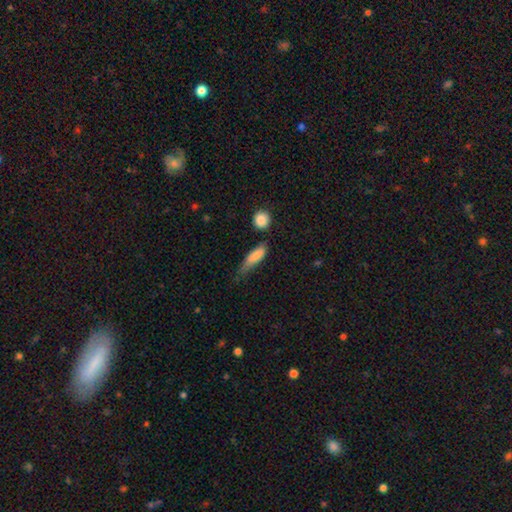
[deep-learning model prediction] A smooth galaxy with no disk features (79%) that is cigar-shaped (50%).

Vote fractions:
- Smooth or featured? smooth: 79% / featured or disk: 14% / star or artifact: 7%
- How rounded? cigar-shaped: 50% / in between: 46% / round: 4%
- Merging? minor disturbance: 40% / none: 36% / major disturbance: 17% / merger: 7%